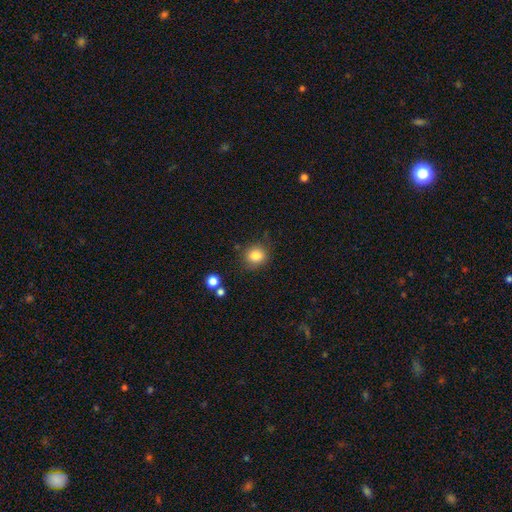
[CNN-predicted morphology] A smooth galaxy with no disk features (84%) that is round (78%).

Vote fractions:
- Smooth or featured? smooth: 84% / star or artifact: 11% / featured or disk: 6%
- How rounded? round: 78% / in between: 21% / cigar-shaped: 1%
- Merging? none: 80% / minor disturbance: 14% / major disturbance: 4% / merger: 3%